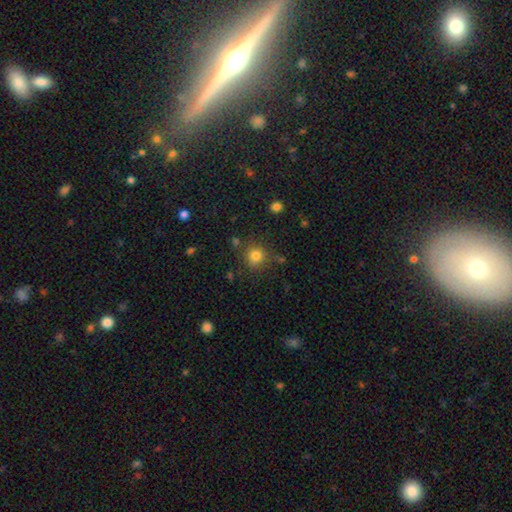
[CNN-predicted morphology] This is clearly a smooth galaxy (80%). How rounded: clearly round (90%). Merging: likely none (78%).